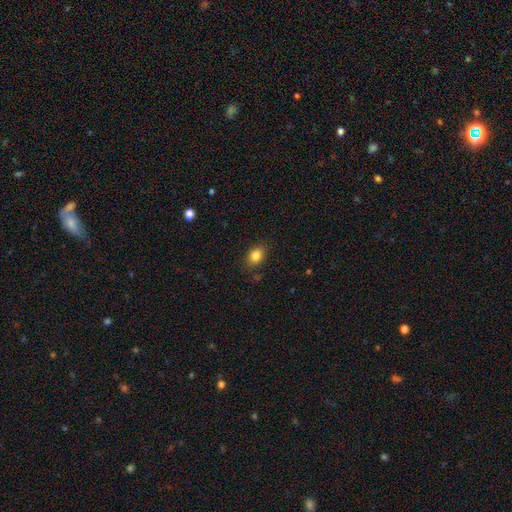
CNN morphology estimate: smooth 83%, star or artifact 10%, featured or disk 7%. Down the decision tree: how rounded — in between (71%); merging — none (83%).